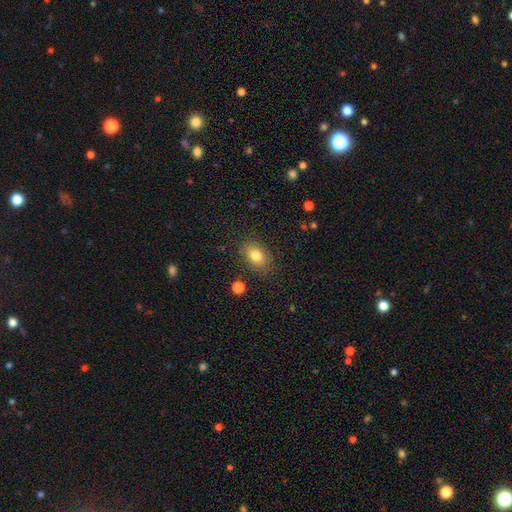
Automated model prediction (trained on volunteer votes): This is clearly a smooth galaxy (81%). How rounded: likely in between (79%). Merging: clearly none (83%).